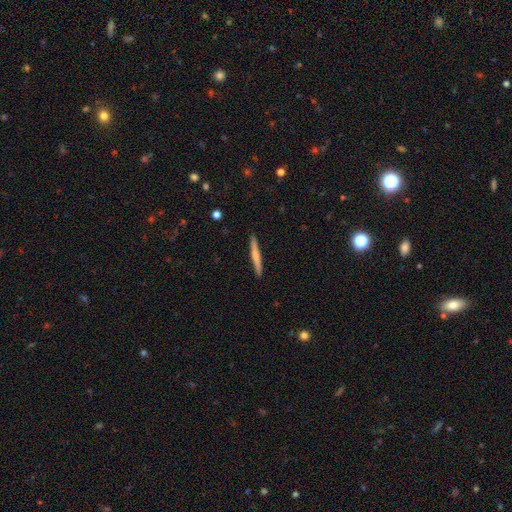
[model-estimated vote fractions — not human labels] A smooth galaxy with no disk features (59%) that is cigar-shaped (96%). Merging: none (91%).